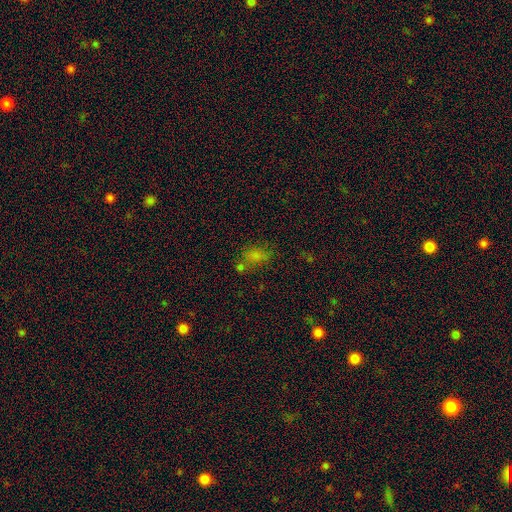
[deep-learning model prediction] A smooth galaxy with no disk features (68%) that is in between round and cigar-shaped (76%). Merging: none (52%).